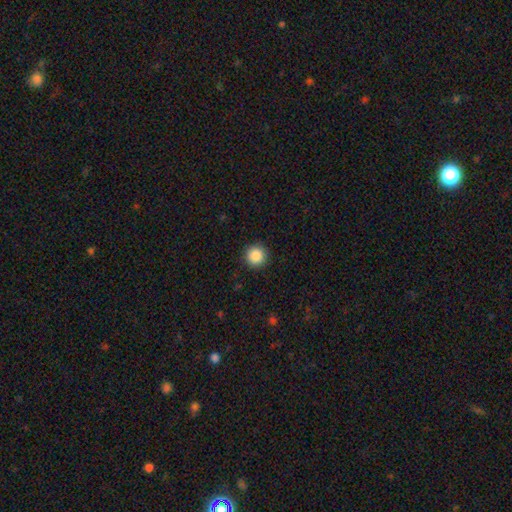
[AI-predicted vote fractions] A smooth galaxy with no disk features (88%) that is round (96%).

Vote fractions:
- Smooth or featured? smooth: 88% / star or artifact: 9% / featured or disk: 3%
- How rounded? round: 96% / in between: 4% / cigar-shaped: 1%
- Merging? none: 92% / minor disturbance: 5% / major disturbance: 2% / merger: 1%